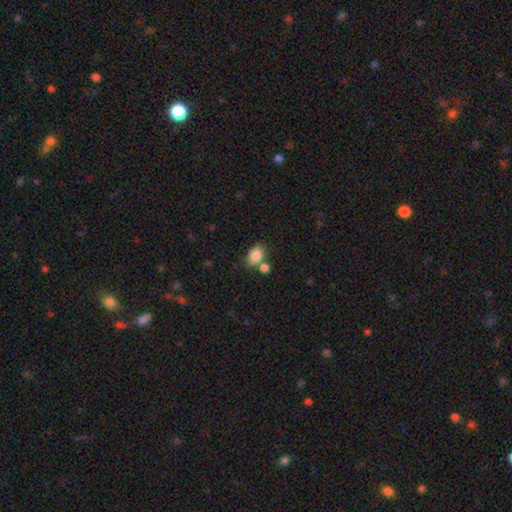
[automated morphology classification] This is clearly a smooth galaxy (85%). How rounded: likely in between (78%). Merging: likely none (61%).